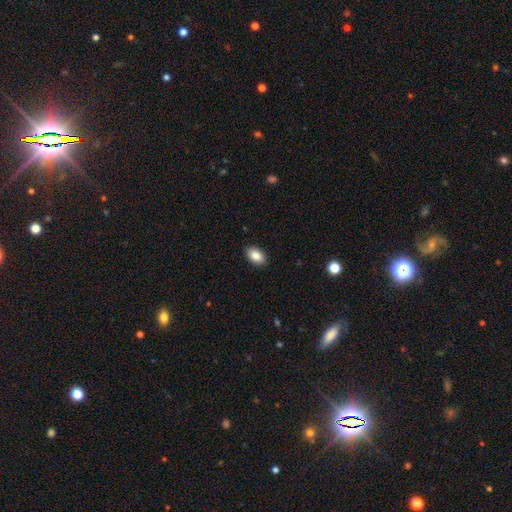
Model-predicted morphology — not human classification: Smooth or featured? smooth (87%)
How rounded? in between (90%)
Merging? none (90%)